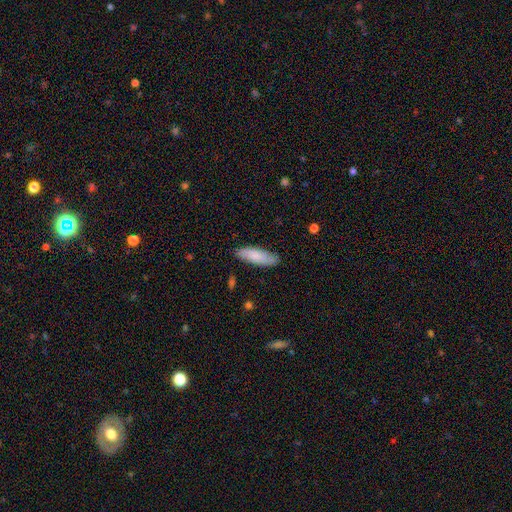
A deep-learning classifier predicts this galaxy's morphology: Smooth or featured: smooth — 82% (featured or disk — 13%)
How rounded: in between — 59% (cigar-shaped — 40%)
Merging: none — 83% (minor disturbance — 13%)